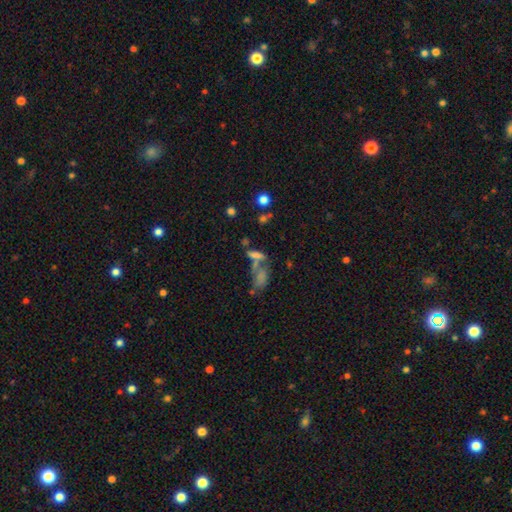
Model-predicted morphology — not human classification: Smooth or featured? Predicted: smooth (p=0.63). How rounded? Predicted: in between (p=0.57). Merging? Predicted: merger (p=0.47).